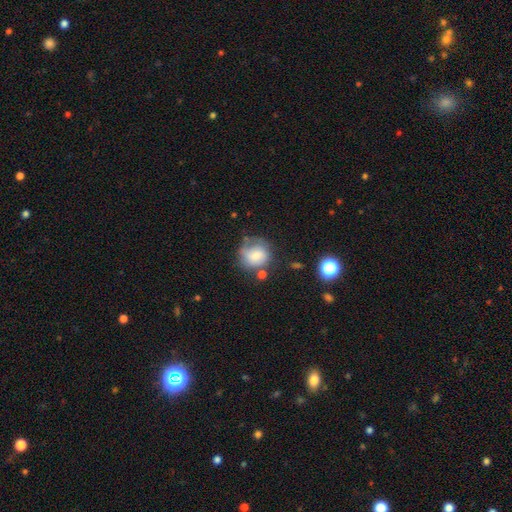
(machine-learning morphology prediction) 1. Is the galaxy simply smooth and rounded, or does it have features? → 67% smooth, 24% featured or disk, 9% star or artifact.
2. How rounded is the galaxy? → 81% round, 18% in between, 1% cigar-shaped.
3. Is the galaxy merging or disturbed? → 50% none, 27% minor disturbance, 15% major disturbance, 8% merger.